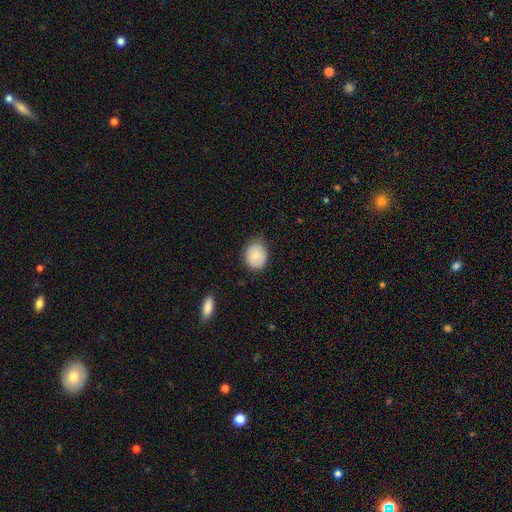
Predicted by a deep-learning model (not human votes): smooth 80%, featured or disk 13%, star or artifact 7%. Down the decision tree: how rounded — round (57%); merging — none (72%).